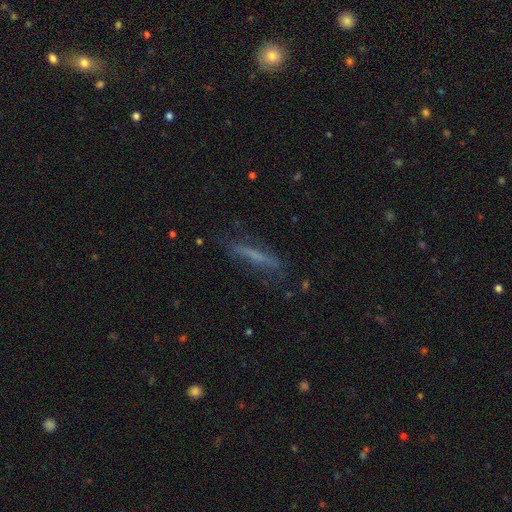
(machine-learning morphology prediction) A smooth galaxy with no disk features (46%). Merging: none (73%).